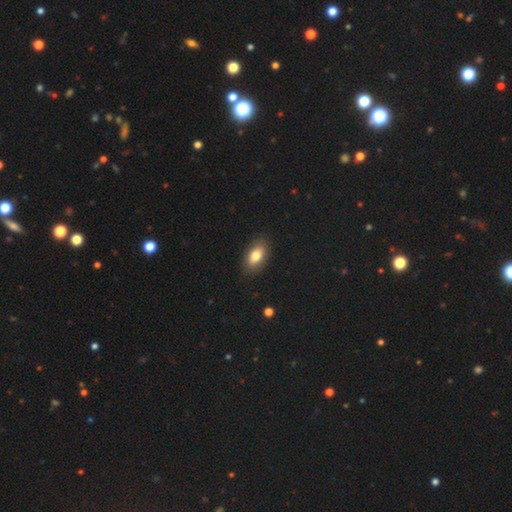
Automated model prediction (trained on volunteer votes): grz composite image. It shows a smooth galaxy with no disk features (80%) that is in between round and cigar-shaped (90%). Merging: none (87%).